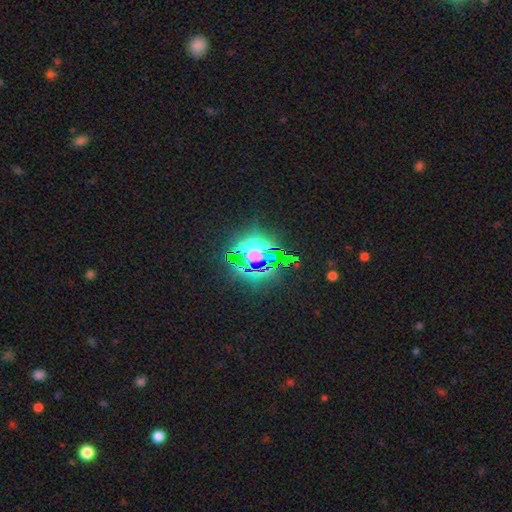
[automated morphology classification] type=star or artifact (70%).